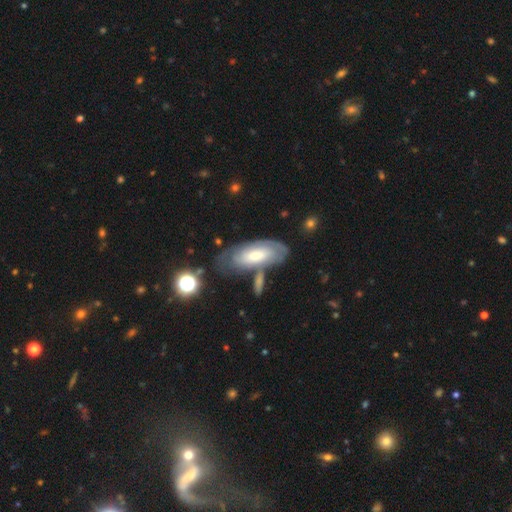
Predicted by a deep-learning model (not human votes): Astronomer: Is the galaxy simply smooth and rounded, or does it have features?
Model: featured or disk — 52% (runner-up: smooth, 42%).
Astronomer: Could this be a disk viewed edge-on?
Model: no — 86%.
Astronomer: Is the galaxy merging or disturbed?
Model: none — 56%.